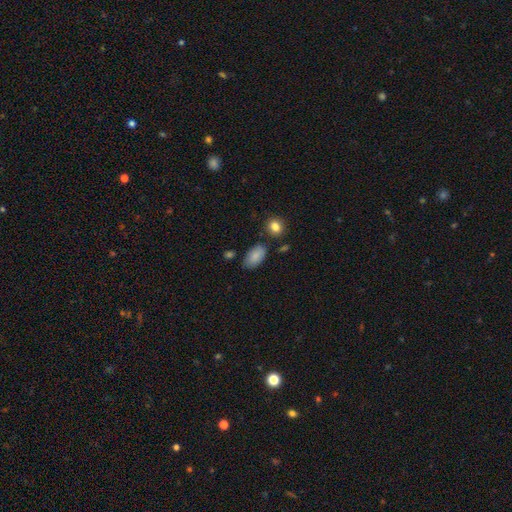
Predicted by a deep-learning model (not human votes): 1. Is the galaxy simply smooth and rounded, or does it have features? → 86% smooth, 7% star or artifact, 6% featured or disk.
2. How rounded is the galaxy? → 94% in between, 4% round, 2% cigar-shaped.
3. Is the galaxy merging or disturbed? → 78% none, 15% minor disturbance, 3% merger, 3% major disturbance.